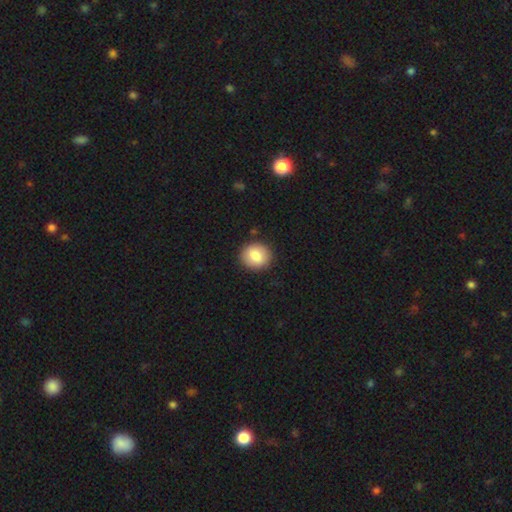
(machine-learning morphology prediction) Smooth or featured?
  - smooth: 83% *
  - featured or disk: 9%
  - star or artifact: 8%
How rounded?
  - round: 81% *
  - in between: 18%
  - cigar-shaped: 1%
Merging?
  - none: 88% *
  - minor disturbance: 8%
  - major disturbance: 2%
  - merger: 1%